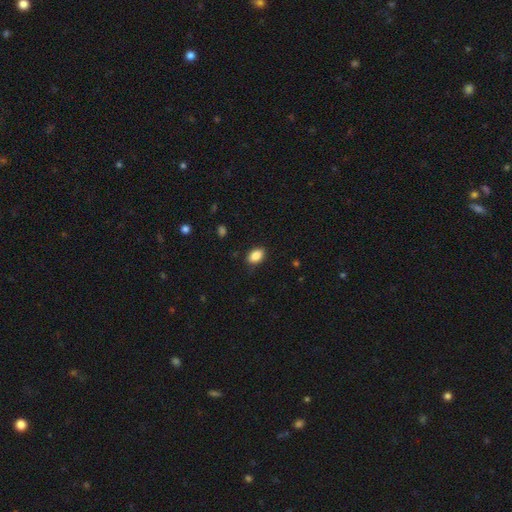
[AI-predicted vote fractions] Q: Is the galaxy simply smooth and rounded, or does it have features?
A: smooth — 87%.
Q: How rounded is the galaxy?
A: in between — 87%.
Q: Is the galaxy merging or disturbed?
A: none — 84%.